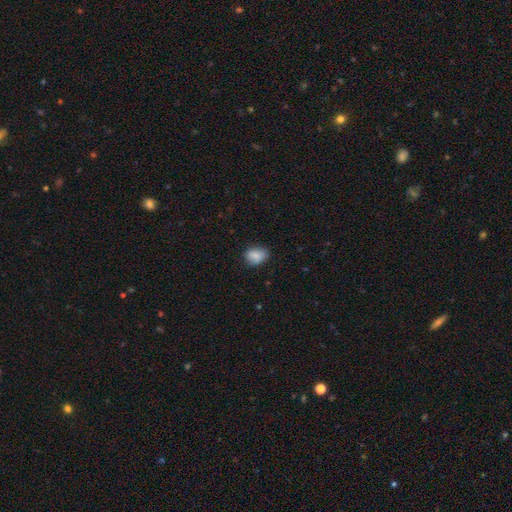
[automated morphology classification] This appears to be a smooth galaxy with no disk features (85%) that is in between round and cigar-shaped (65%). Merging: none (74%).